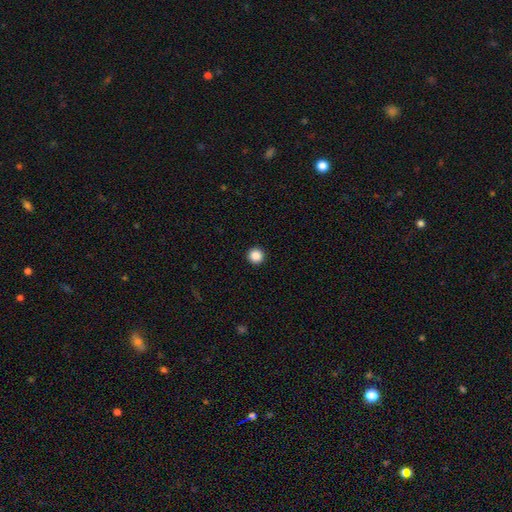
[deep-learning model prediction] Overall: smooth (87%). How rounded: round (96%). Merging: none (94%).